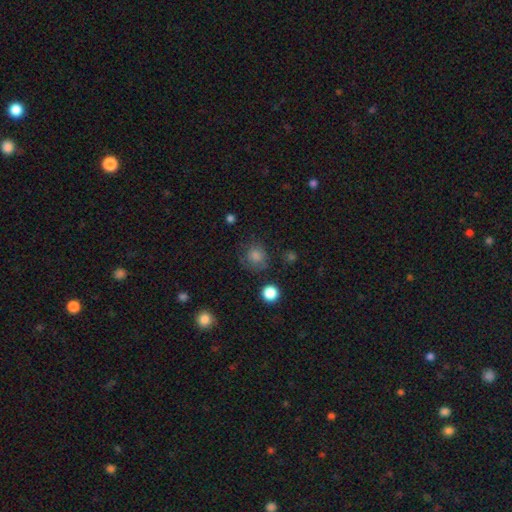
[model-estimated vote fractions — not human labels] Smooth or featured? smooth (74%)
How rounded? round (86%)
Merging? none (73%)